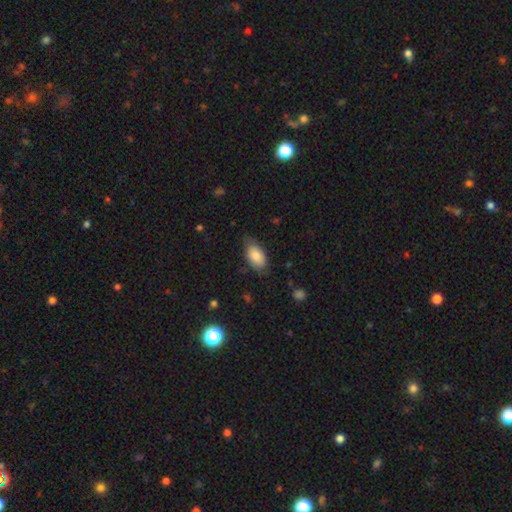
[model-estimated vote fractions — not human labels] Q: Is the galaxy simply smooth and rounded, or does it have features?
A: smooth — 81%.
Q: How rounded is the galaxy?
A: in between — 93%.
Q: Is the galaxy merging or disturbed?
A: none — 73%.